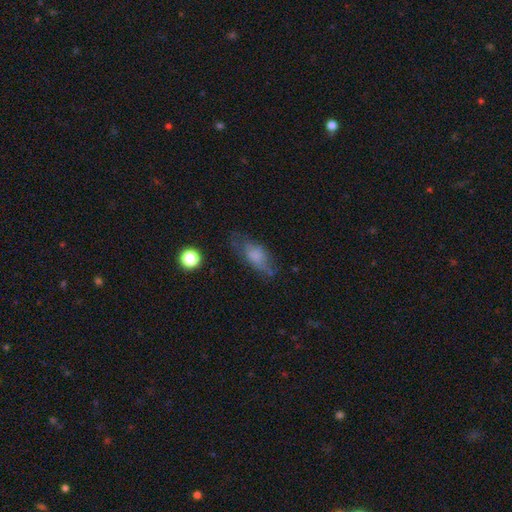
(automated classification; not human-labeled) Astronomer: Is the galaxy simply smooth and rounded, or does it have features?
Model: smooth — 65%.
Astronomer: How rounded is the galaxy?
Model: in between — 77%.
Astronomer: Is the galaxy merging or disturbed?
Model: none — 55%.